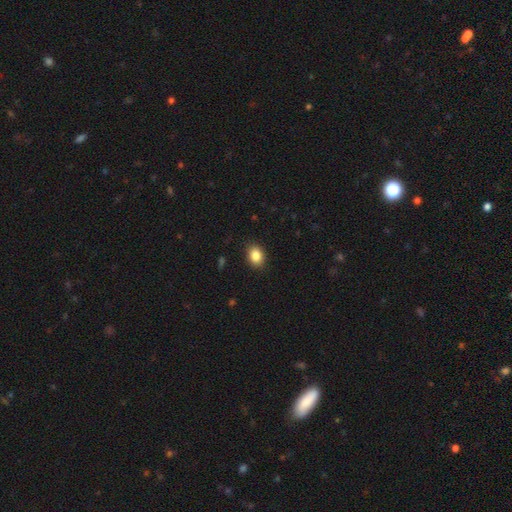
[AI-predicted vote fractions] Smooth or featured? smooth (87%)
How rounded? in between (68%)
Merging? none (88%)